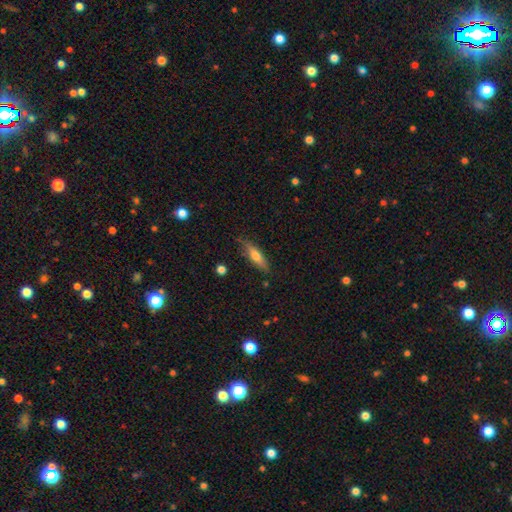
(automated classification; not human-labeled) The model was most divided on "smooth or featured": smooth: 61%, featured or disk: 32%, star or artifact: 7%. More confident: merging — none (80%); how rounded — cigar-shaped (67%).